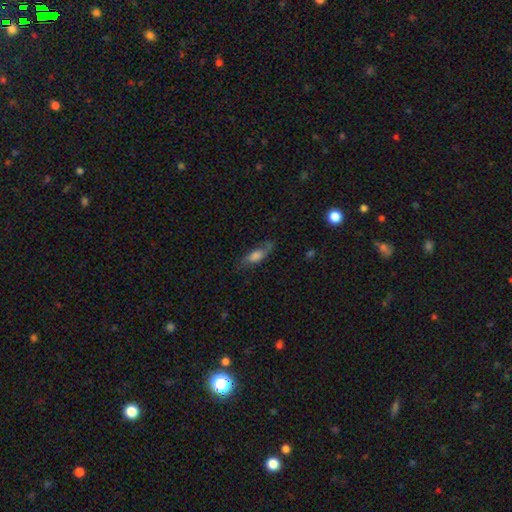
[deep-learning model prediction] Morphology: type=smooth (61%); roundness=in between (64%); merging=none (58%).